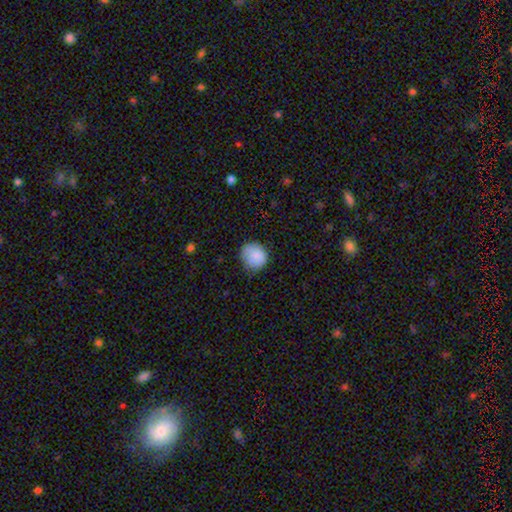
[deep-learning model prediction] Smooth or featured? Predicted: smooth (p=0.86). How rounded? Predicted: round (p=0.84). Merging? Predicted: none (p=0.71).